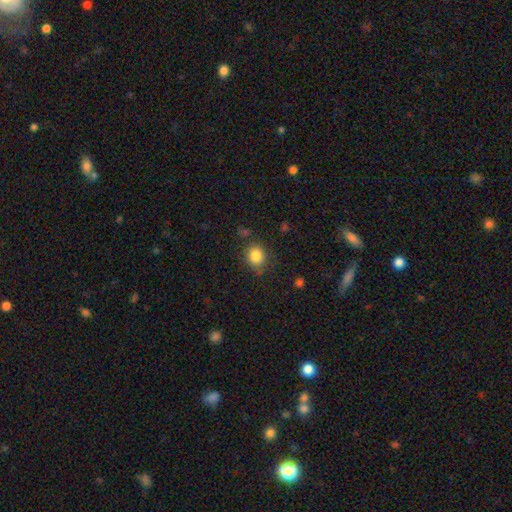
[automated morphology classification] Smooth or featured? Predicted: smooth (p=0.84). How rounded? Predicted: round (p=0.72). Merging? Predicted: none (p=0.78).